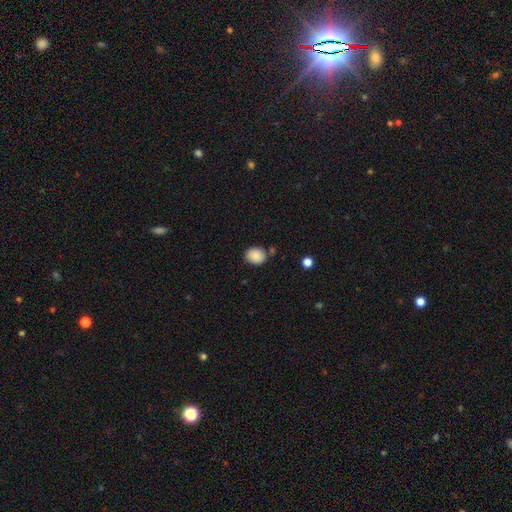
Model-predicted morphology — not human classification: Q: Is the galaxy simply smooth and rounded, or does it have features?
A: smooth — 88%.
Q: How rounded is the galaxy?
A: round — 52%.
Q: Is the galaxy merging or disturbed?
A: none — 78%.